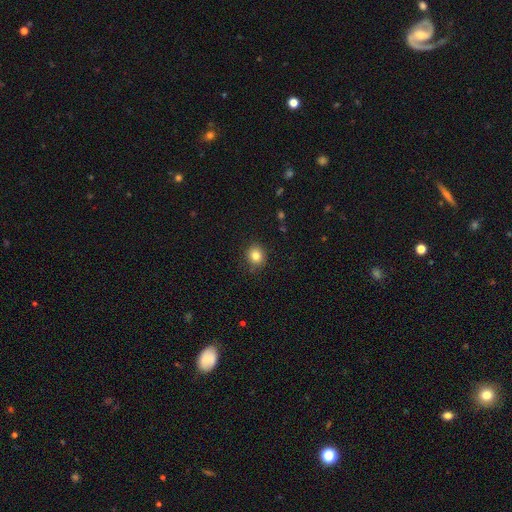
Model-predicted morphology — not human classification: This is clearly a smooth galaxy (83%). How rounded: likely round (79%). Merging: clearly none (86%).